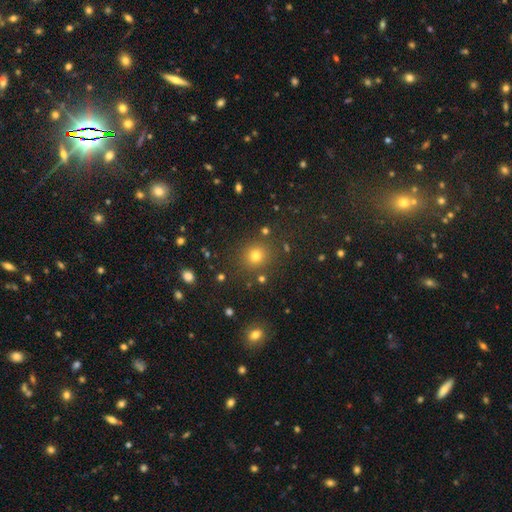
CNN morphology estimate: This appears to be a smooth galaxy with no disk features (71%) that is round (88%). Merging: none (86%).